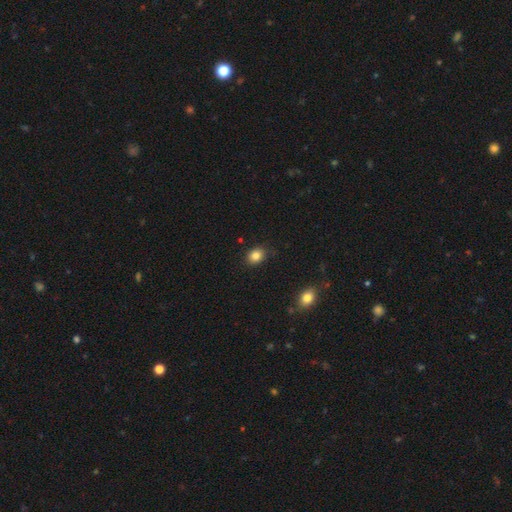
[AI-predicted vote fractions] Smooth or featured: smooth — 84% (star or artifact — 10%)
How rounded: round — 50% (in between — 49%)
Merging: none — 86% (minor disturbance — 11%)